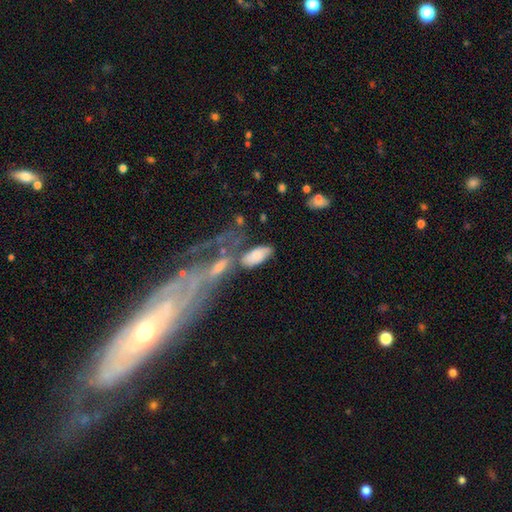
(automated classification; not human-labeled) smooth 69%, featured or disk 24%, star or artifact 7%. Down the decision tree: how rounded — in between (84%); merging — none (38%).